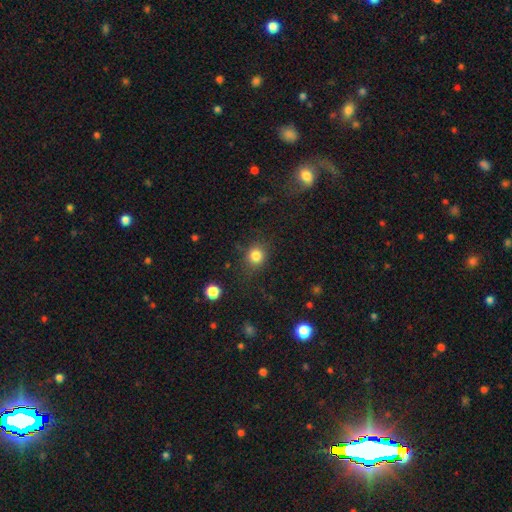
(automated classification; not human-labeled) This is clearly a smooth galaxy (83%). How rounded: likely round (79%). Merging: likely none (79%).